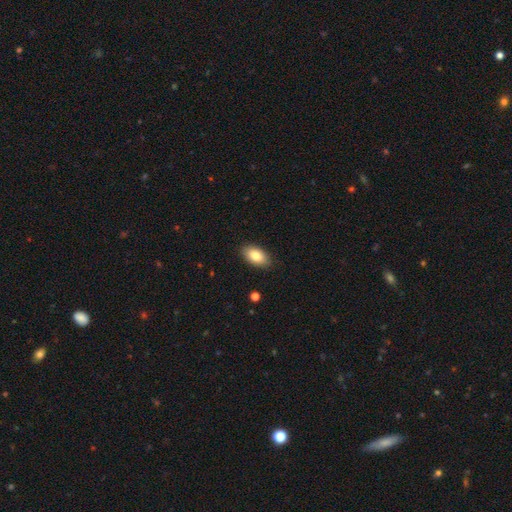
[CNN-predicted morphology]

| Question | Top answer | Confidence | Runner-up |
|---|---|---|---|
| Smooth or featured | smooth | 83% | featured or disk (10%) |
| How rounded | in between | 92% | round (6%) |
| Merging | none | 87% | minor disturbance (10%) |